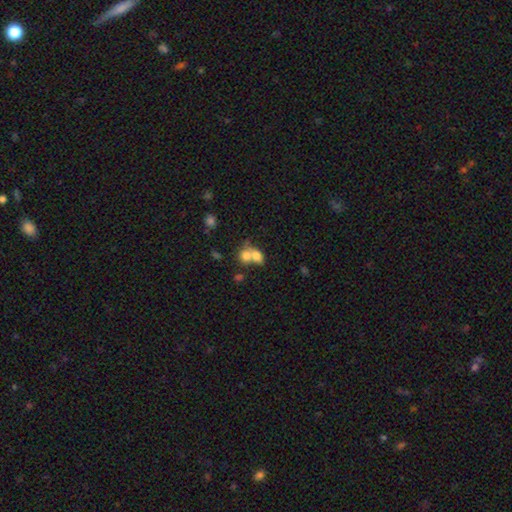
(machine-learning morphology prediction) A smooth galaxy with no disk features (74%) that is in between round and cigar-shaped (59%).

Vote fractions:
- Smooth or featured? smooth: 74% / featured or disk: 16% / star or artifact: 10%
- How rounded? in between: 59% / round: 39% / cigar-shaped: 2%
- Merging? merger: 66% / none: 23% / minor disturbance: 7% / major disturbance: 4%